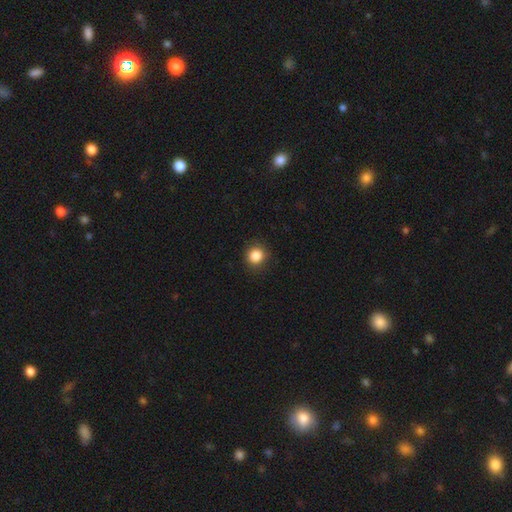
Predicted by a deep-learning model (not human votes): Smooth or featured?
  - smooth: 86% *
  - star or artifact: 10%
  - featured or disk: 4%
How rounded?
  - round: 91% *
  - in between: 8%
  - cigar-shaped: 1%
Merging?
  - none: 89% *
  - minor disturbance: 8%
  - major disturbance: 2%
  - merger: 1%